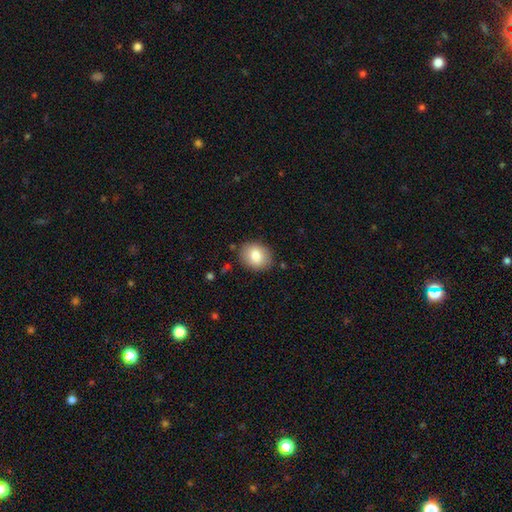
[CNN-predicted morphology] Smooth or featured: smooth — 82% (featured or disk — 10%)
How rounded: round — 50% (in between — 49%)
Merging: none — 86% (minor disturbance — 10%)